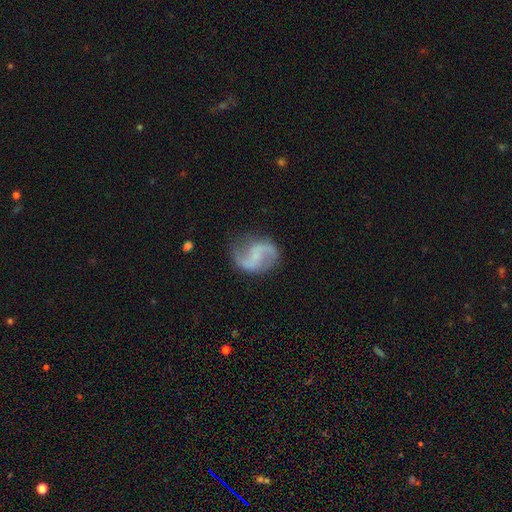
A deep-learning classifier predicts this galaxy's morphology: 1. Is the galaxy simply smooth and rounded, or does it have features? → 83% featured or disk, 11% smooth, 6% star or artifact.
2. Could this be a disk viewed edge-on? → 98% no, 2% yes.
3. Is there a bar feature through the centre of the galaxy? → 44% weak, 35% no, 21% strong.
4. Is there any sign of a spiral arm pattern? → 95% yes, 5% no.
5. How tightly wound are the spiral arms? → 61% loose, 32% medium, 7% tight.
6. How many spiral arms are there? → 92% 2, 3% can't tell, 3% 1, 1% 3, 1% 4, 1% more than 4.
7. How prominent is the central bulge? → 56% none, 31% small, 10% moderate, 2% large, 1% dominant.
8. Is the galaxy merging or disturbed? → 76% none, 15% minor disturbance, 7% major disturbance, 2% merger.